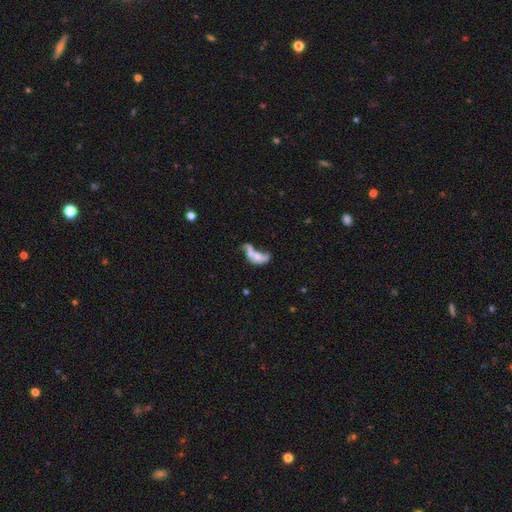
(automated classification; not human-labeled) Smooth or featured: featured or disk — 45% (smooth — 43%)
Merging: merger — 57% (major disturbance — 21%)